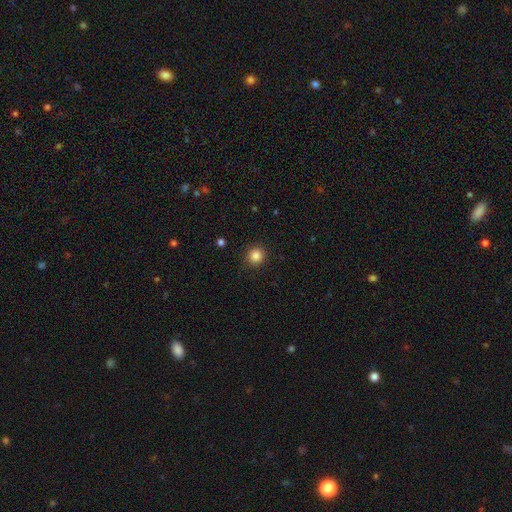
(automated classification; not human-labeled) This appears to be a smooth galaxy with no disk features (85%) that is round (91%). Merging: none (90%).